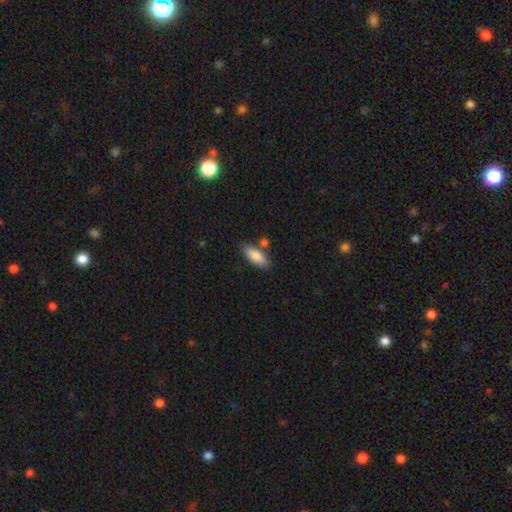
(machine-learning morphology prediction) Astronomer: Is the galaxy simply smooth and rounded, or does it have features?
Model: smooth — 84%.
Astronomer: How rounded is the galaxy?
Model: in between — 78%.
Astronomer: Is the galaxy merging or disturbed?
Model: none — 72%.